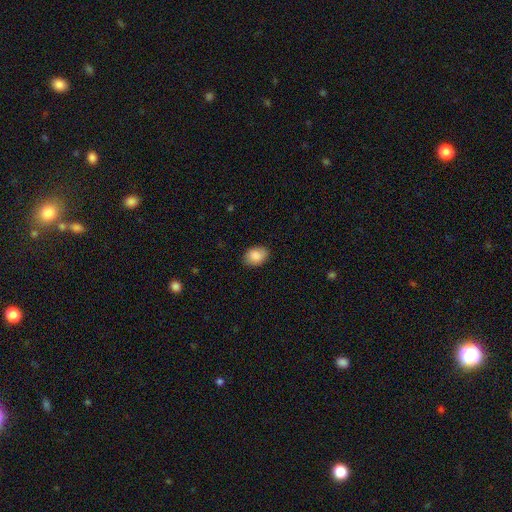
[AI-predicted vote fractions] A smooth galaxy with no disk features (88%) that is in between round and cigar-shaped (79%). Merging: none (85%).